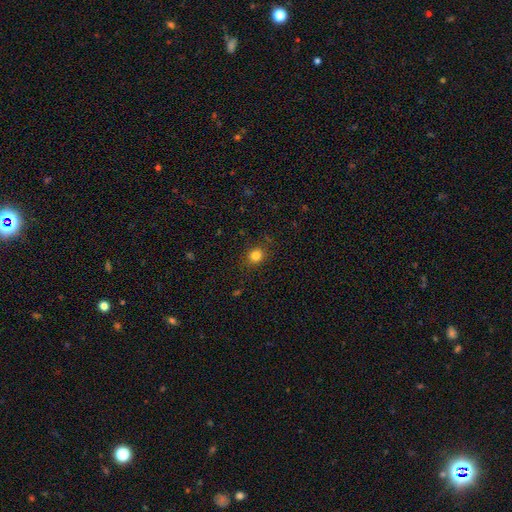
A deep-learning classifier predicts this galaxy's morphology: type=smooth (82%); roundness=round (77%); merging=none (87%).